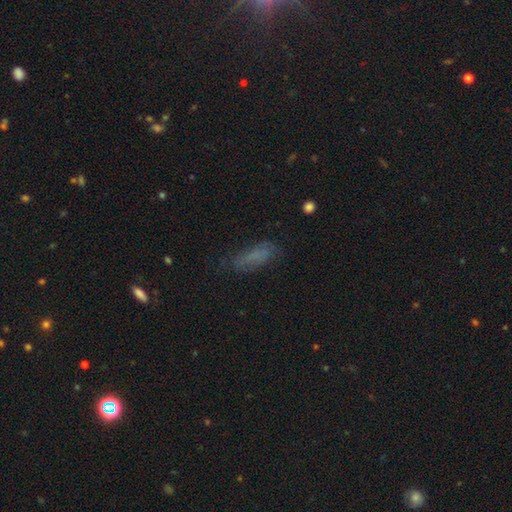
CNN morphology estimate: Overall: smooth (66%). How rounded: in between (55%; cigar-shaped 42%). Merging: none (63%).